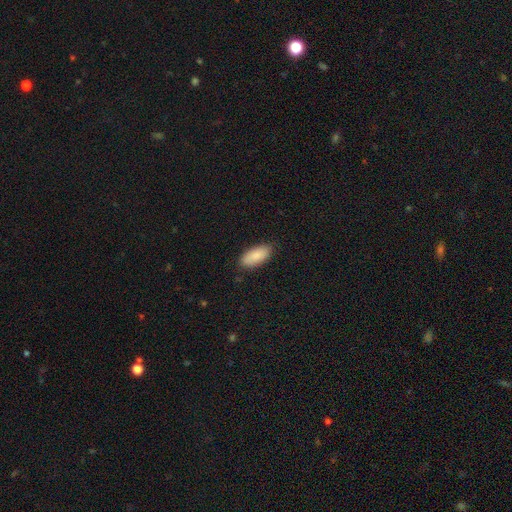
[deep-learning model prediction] Morphology: type=smooth (88%); roundness=in between (88%); merging=none (85%).